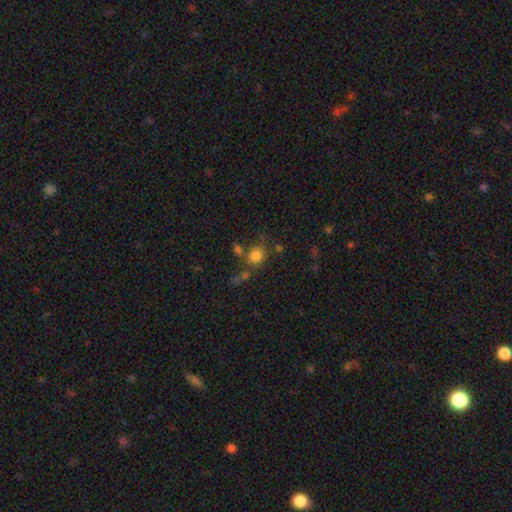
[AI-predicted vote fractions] A smooth galaxy with no disk features (80%) that is round (75%). Merging: none (62%).